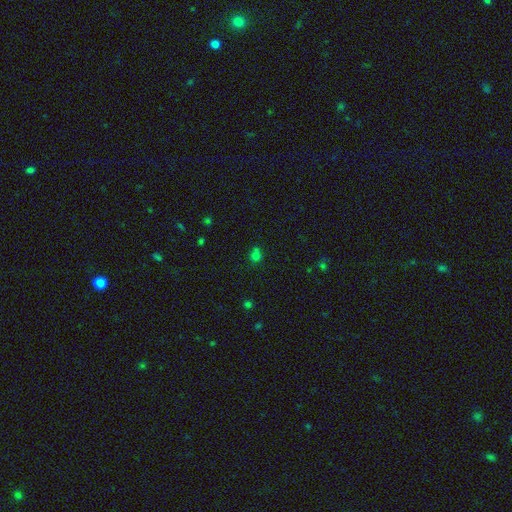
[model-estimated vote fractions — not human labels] Smooth or featured? smooth (66%)
How rounded? round (77%)
Merging? none (59%)